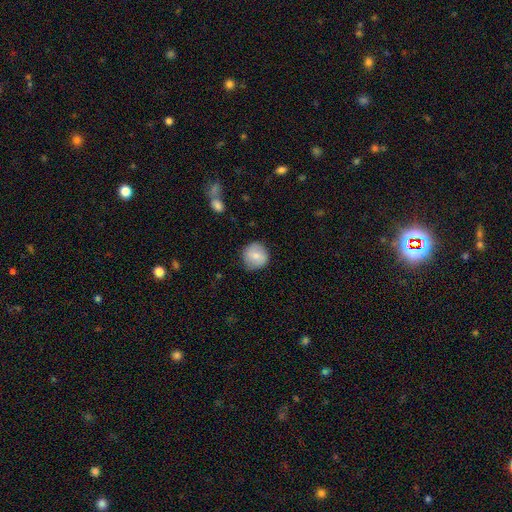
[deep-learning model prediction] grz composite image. It shows a smooth galaxy with no disk features (75%) that is round (92%). Merging: none (83%).